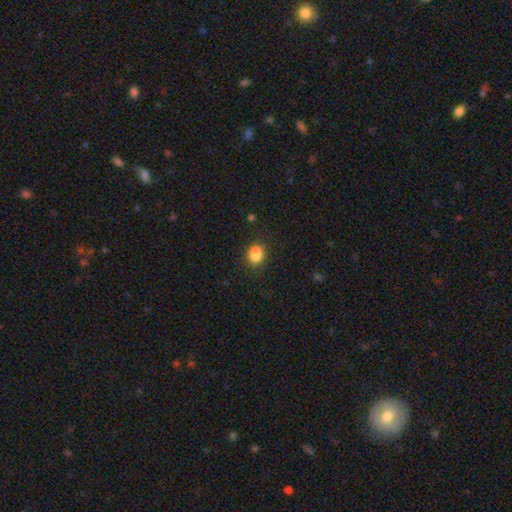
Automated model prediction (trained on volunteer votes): Morphology: type=smooth (84%); roundness=in between (59%); merging=none (68%).